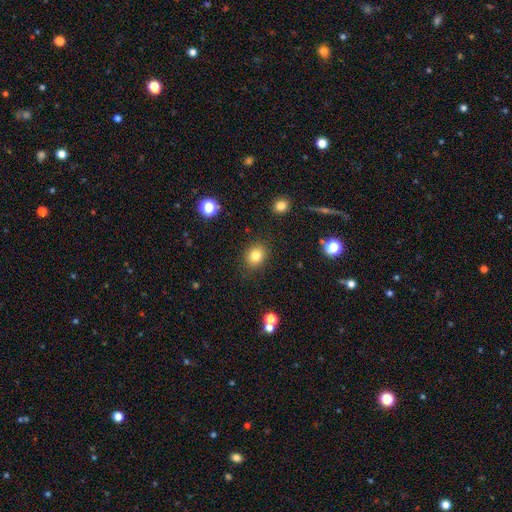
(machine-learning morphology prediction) Smooth or featured: smooth — 81% (star or artifact — 12%)
How rounded: round — 64% (in between — 35%)
Merging: none — 87% (minor disturbance — 9%)